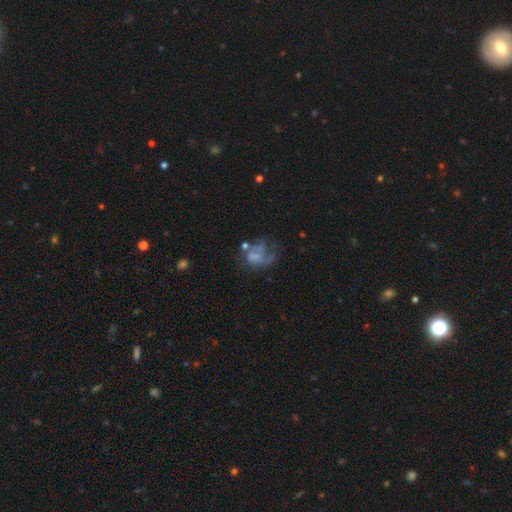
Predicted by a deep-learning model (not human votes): featured or disk 48%, smooth 38%, star or artifact 14%. Down the decision tree: merging — major disturbance (41%).